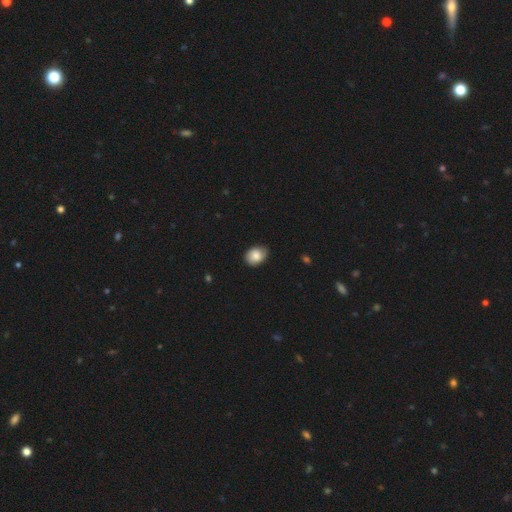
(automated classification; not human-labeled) Smooth or featured? smooth (81%)
How rounded? in between (66%)
Merging? none (72%)